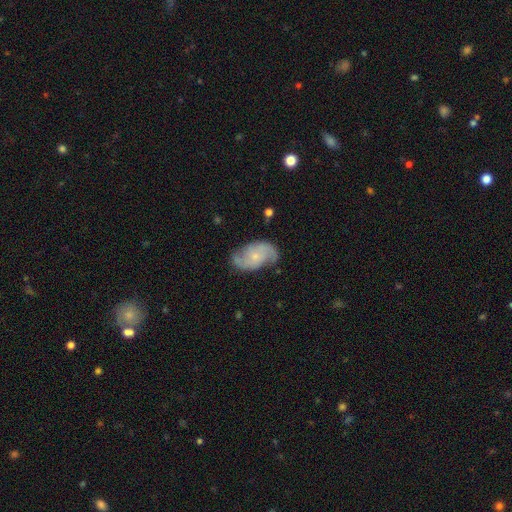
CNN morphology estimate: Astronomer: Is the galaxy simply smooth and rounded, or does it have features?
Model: featured or disk — 80%.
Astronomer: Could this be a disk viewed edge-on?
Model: no — 97%.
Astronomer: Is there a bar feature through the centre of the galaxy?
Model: no — 70%.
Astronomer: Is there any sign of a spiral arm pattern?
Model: yes — 95%.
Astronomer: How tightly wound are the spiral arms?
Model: medium — 46% (runner-up: loose, 32%).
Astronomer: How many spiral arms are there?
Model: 2 — 88%.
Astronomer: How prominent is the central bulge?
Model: small — 73%.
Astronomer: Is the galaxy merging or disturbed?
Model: none — 73%.